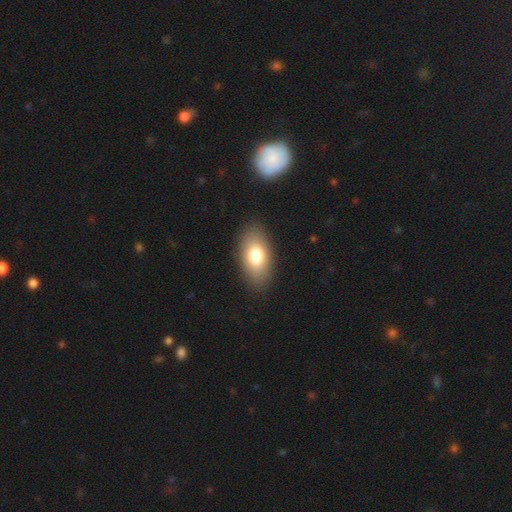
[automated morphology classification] The model was most divided on "smooth or featured": smooth: 77%, featured or disk: 15%, star or artifact: 8%. More confident: how rounded — in between (92%); merging — none (88%).